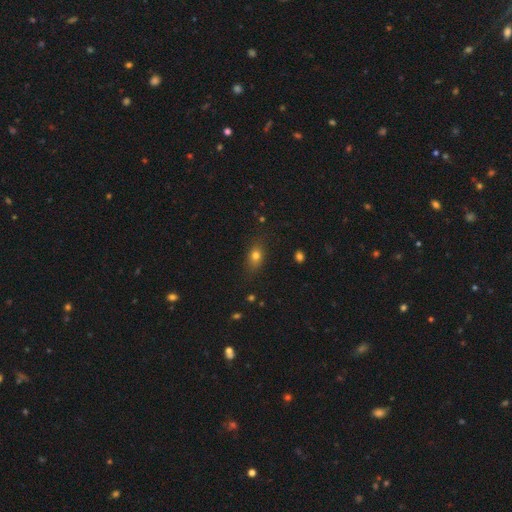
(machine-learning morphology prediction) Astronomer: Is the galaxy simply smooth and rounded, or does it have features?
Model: smooth — 76%.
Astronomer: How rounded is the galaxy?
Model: in between — 68%.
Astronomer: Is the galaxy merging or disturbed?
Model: none — 80%.